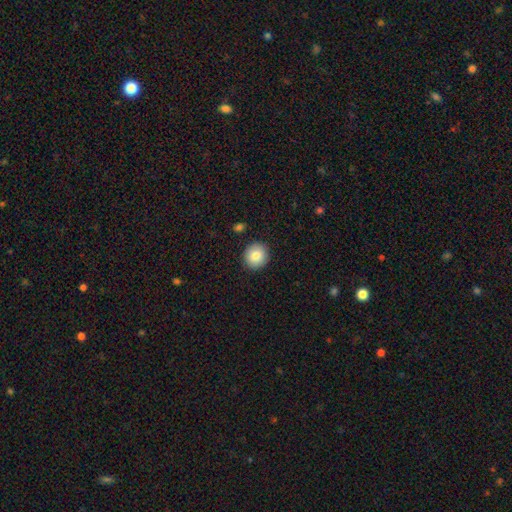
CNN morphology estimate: smooth-or-featured: smooth: 84% | featured or disk: 8% | star or artifact: 8%
  how-rounded: round: 90% | in between: 9% | cigar-shaped: 1%
  merging: none: 91% | minor disturbance: 6% | major disturbance: 2% | merger: 1%